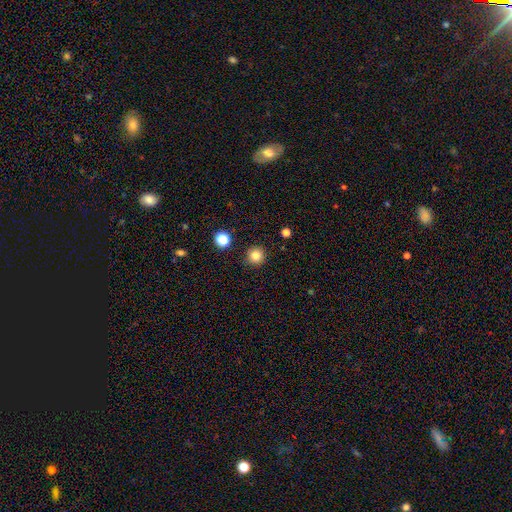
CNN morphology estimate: A smooth galaxy with no disk features (81%) that is round (95%). Merging: none (91%).